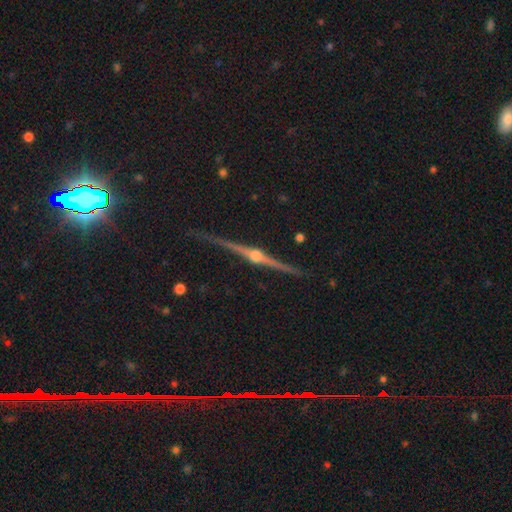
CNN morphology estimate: A featured or disk galaxy (89%) viewed edge-on (99%) with a rounded central bulge (95%). Merging: none (91%).